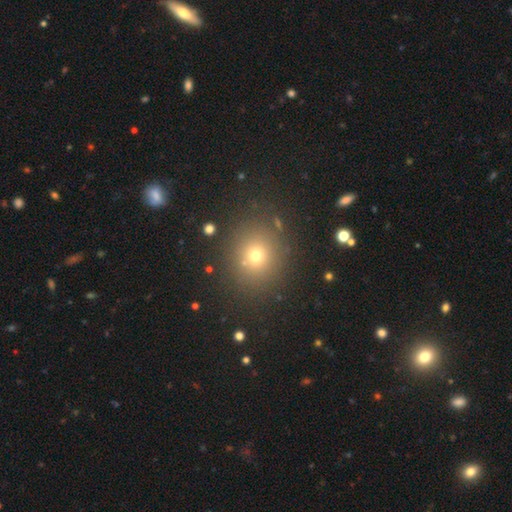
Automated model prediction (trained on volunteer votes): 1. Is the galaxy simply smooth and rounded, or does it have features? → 67% smooth, 24% star or artifact, 9% featured or disk.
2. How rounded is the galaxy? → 81% round, 18% in between, 1% cigar-shaped.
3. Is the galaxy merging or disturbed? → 86% none, 8% minor disturbance, 3% major disturbance, 3% merger.